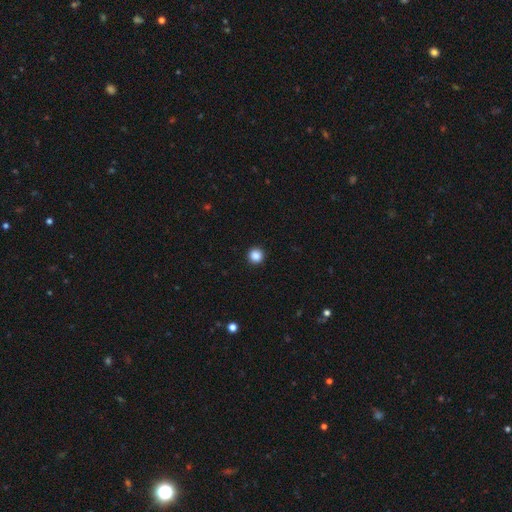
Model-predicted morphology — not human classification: The model was most divided on "smooth or featured": smooth: 87%, star or artifact: 10%, featured or disk: 3%. More confident: how rounded — round (95%); merging — none (93%).